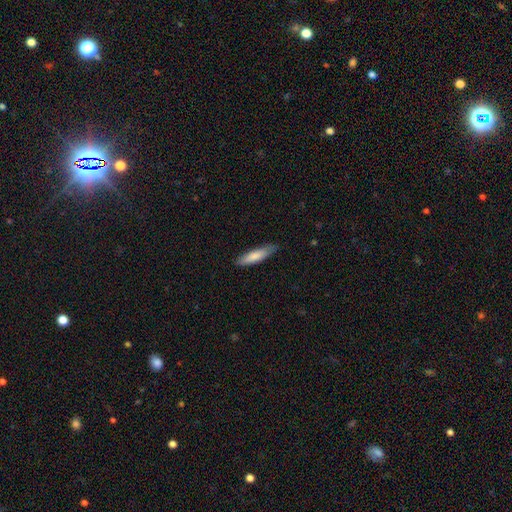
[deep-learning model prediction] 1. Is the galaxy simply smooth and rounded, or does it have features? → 79% smooth, 16% featured or disk, 5% star or artifact.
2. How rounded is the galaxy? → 79% cigar-shaped, 20% in between, 1% round.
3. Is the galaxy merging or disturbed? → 82% none, 15% minor disturbance, 2% major disturbance, 1% merger.